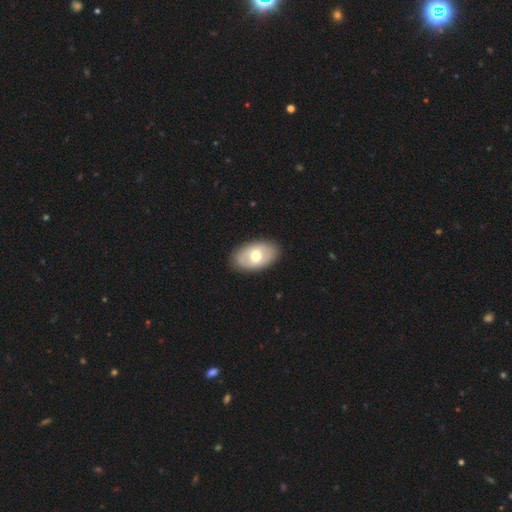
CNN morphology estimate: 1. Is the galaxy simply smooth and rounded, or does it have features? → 55% smooth, 39% featured or disk, 5% star or artifact.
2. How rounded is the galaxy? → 91% in between, 8% round, 1% cigar-shaped.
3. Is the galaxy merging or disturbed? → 86% none, 10% minor disturbance, 3% major disturbance, 1% merger.